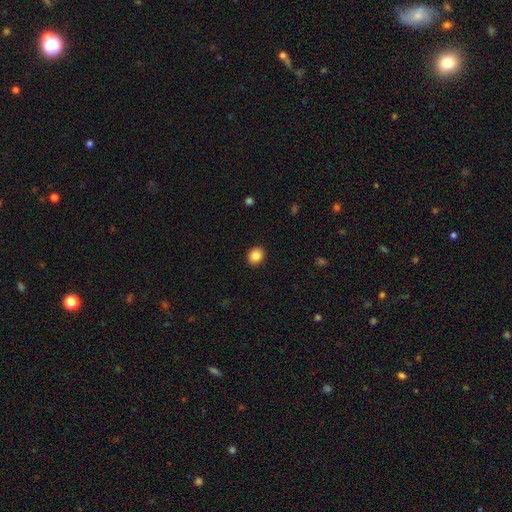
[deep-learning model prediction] Smooth or featured?
  - smooth: 86% *
  - star or artifact: 9%
  - featured or disk: 5%
How rounded?
  - round: 62% *
  - in between: 37%
  - cigar-shaped: 1%
Merging?
  - none: 91% *
  - minor disturbance: 6%
  - major disturbance: 2%
  - merger: 1%